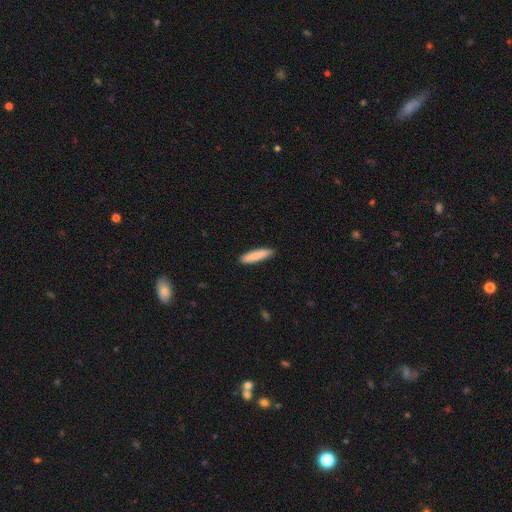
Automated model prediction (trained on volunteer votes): Smooth or featured? smooth (85%)
How rounded? cigar-shaped (85%)
Merging? none (90%)